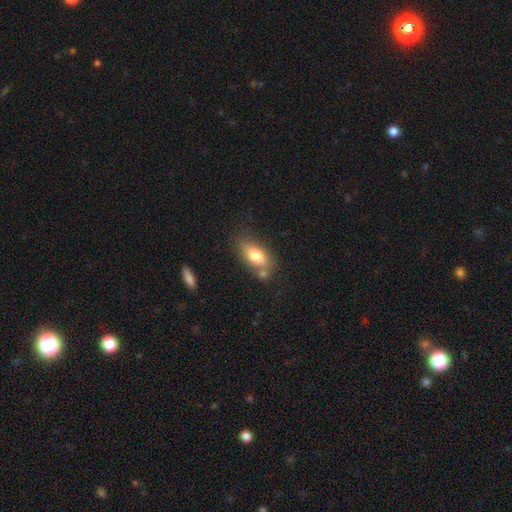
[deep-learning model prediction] Smooth or featured? Predicted: smooth (p=0.75). How rounded? Predicted: in between (p=0.85). Merging? Predicted: none (p=0.58).